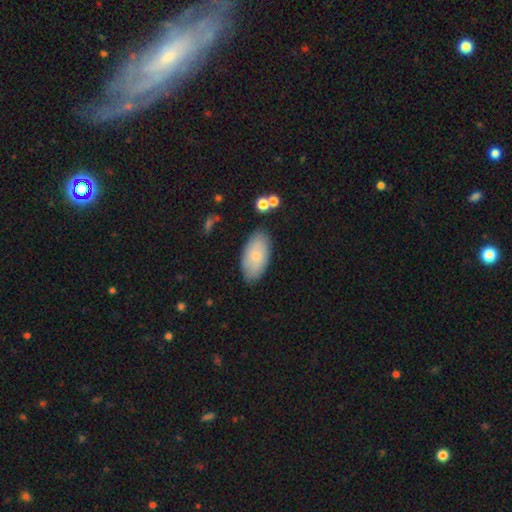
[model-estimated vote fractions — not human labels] This is likely a smooth galaxy (73%). How rounded: clearly in between (94%). Merging: clearly none (82%).